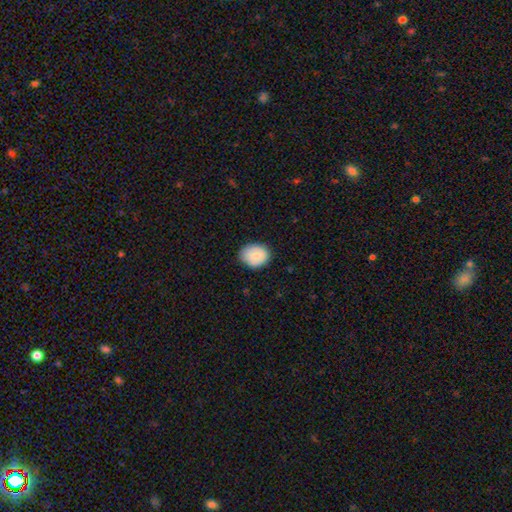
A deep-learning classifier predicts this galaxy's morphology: type=smooth (83%); roundness=round (53%); merging=none (78%).